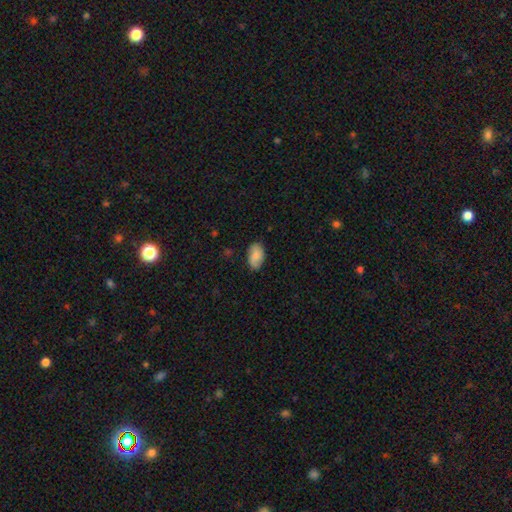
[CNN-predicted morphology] Smooth or featured: smooth — 78% (featured or disk — 15%)
How rounded: in between — 92% (round — 6%)
Merging: none — 78% (minor disturbance — 18%)